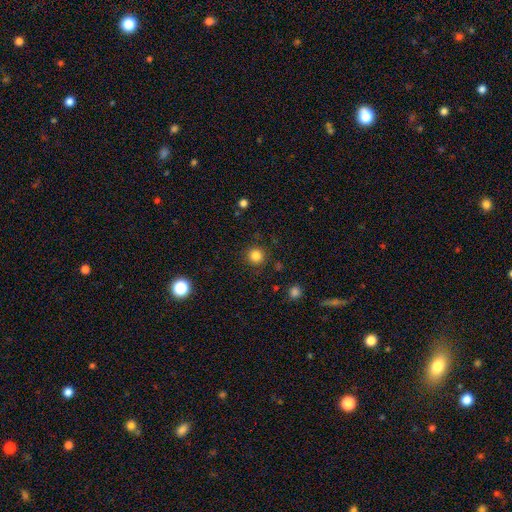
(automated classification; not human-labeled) Smooth or featured? Predicted: smooth (p=0.83). How rounded? Predicted: round (p=0.95). Merging? Predicted: none (p=0.89).